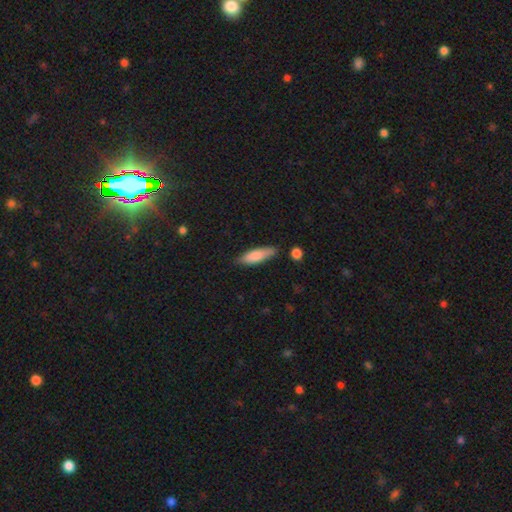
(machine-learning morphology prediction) A smooth galaxy with no disk features (80%) that is cigar-shaped (57%). Merging: none (76%).